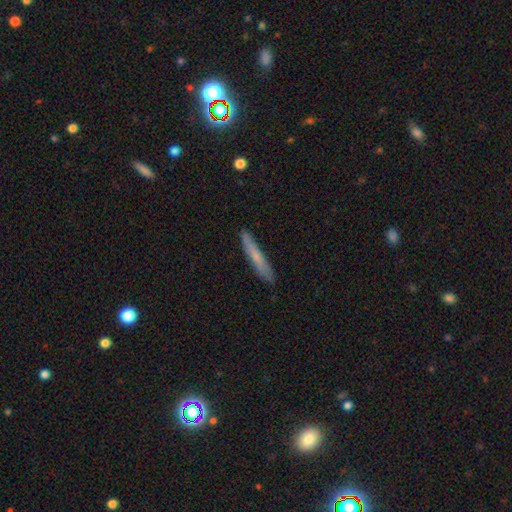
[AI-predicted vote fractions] Q: Smooth or featured?
A: smooth (63%); runner-up: featured or disk (31%)
Q: How rounded?
A: cigar-shaped (95%); runner-up: in between (4%)
Q: Merging?
A: none (87%); runner-up: minor disturbance (10%)